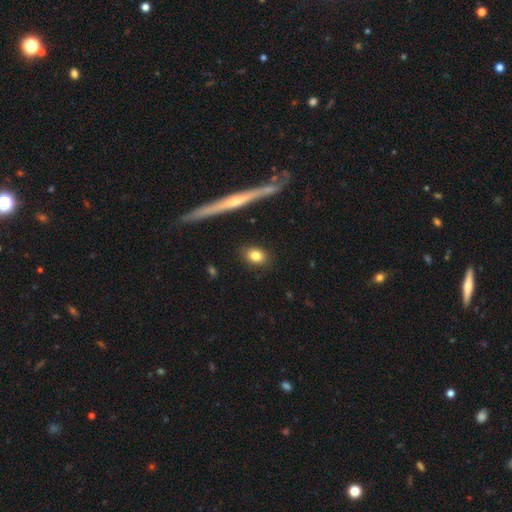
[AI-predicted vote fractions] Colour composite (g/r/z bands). It shows a smooth galaxy with no disk features (82%) that is in between round and cigar-shaped (54%). Merging: none (88%).